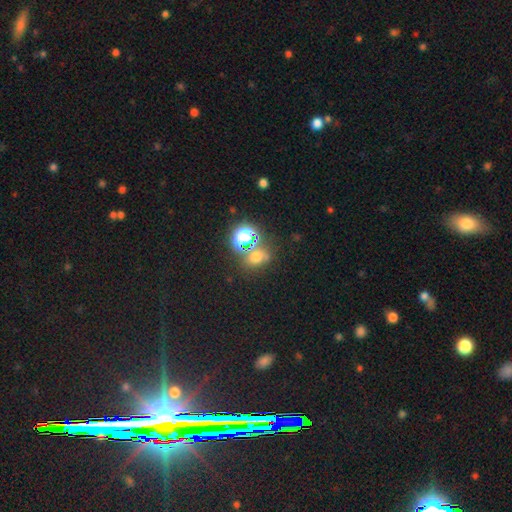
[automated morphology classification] This is possibly a smooth galaxy (47%). Merging: likely none (68%).